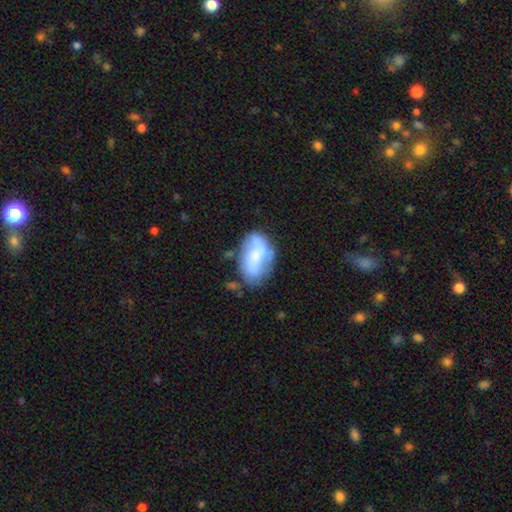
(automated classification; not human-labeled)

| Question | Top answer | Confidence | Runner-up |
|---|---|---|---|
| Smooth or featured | featured or disk | 56% | smooth (37%) |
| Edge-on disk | no | 96% | yes (4%) |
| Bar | no | 44% | weak (36%) |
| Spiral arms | yes | 69% | no (31%) |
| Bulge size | moderate | 37% | small (32%) |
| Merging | none | 56% | minor disturbance (24%) |